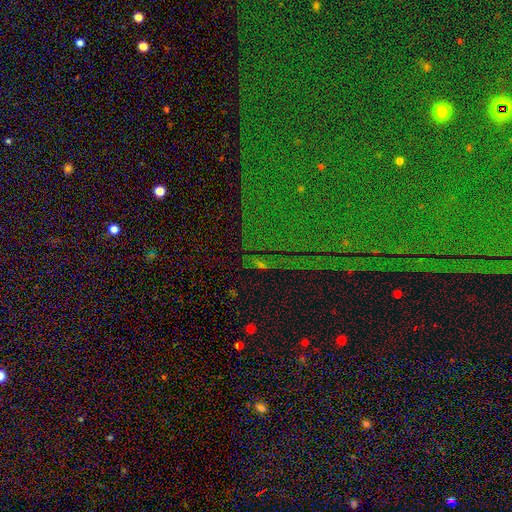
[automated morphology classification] Smooth or featured? star or artifact (73%)